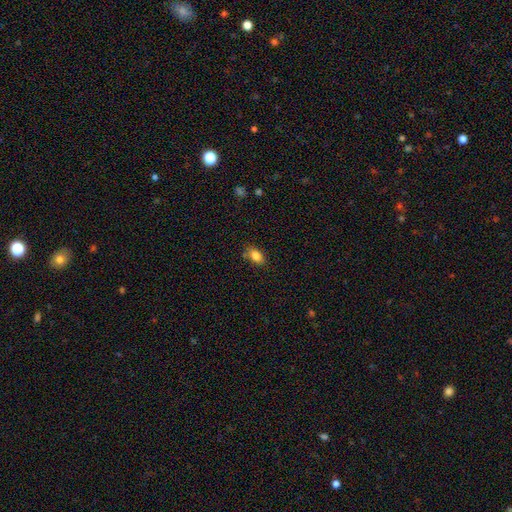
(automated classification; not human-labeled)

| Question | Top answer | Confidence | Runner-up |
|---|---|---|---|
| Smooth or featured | smooth | 84% | star or artifact (9%) |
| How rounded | in between | 84% | round (14%) |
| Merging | none | 76% | minor disturbance (16%) |